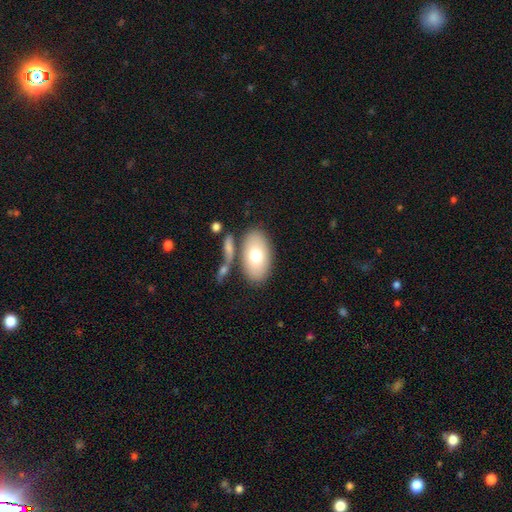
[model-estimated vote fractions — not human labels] Smooth or featured? smooth (72%)
How rounded? in between (93%)
Merging? none (72%)